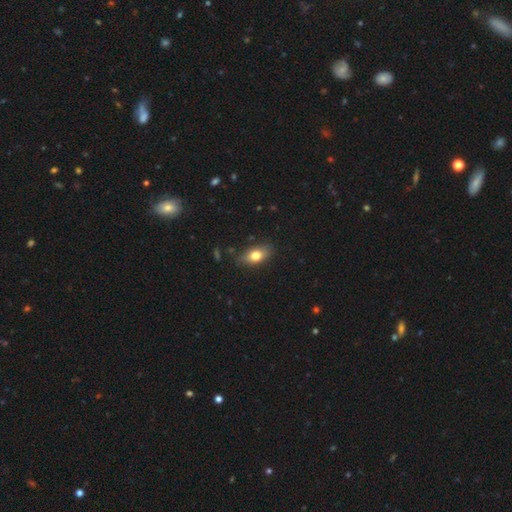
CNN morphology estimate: A smooth galaxy with no disk features (72%) that is in between round and cigar-shaped (82%).

Vote fractions:
- Smooth or featured? smooth: 72% / featured or disk: 19% / star or artifact: 8%
- How rounded? in between: 82% / round: 10% / cigar-shaped: 8%
- Merging? none: 78% / minor disturbance: 17% / major disturbance: 3% / merger: 2%